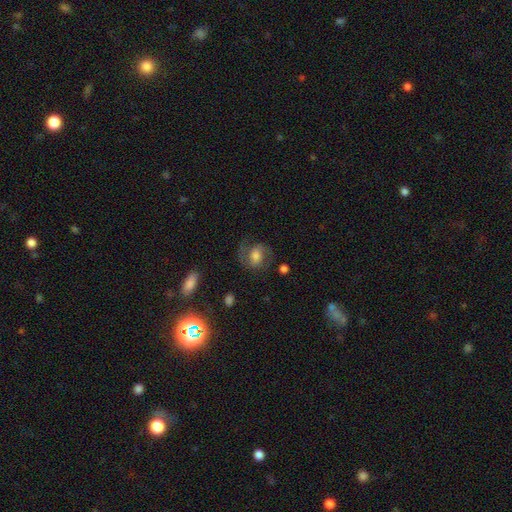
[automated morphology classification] A featured or disk galaxy (59%) with a weak bar (41%), spiral arms (88%) and a moderate central bulge (48%). Merging: none (67%).